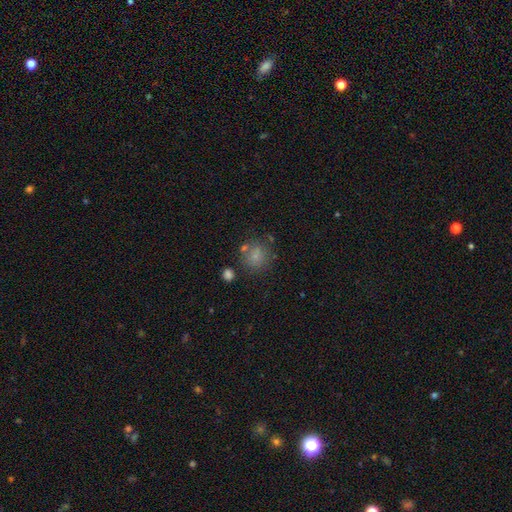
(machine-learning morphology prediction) Overall: smooth (74%). How rounded: round (86%). Merging: none (70%).